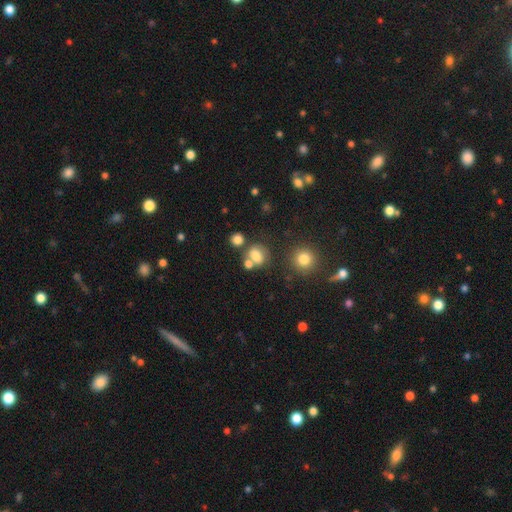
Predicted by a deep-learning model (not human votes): smooth_or_featured: smooth (p=0.75) [alt: star or artifact p=0.14]
how_rounded: round (p=0.57) [alt: in between p=0.42]
merging: none (p=0.50) [alt: merger p=0.29]